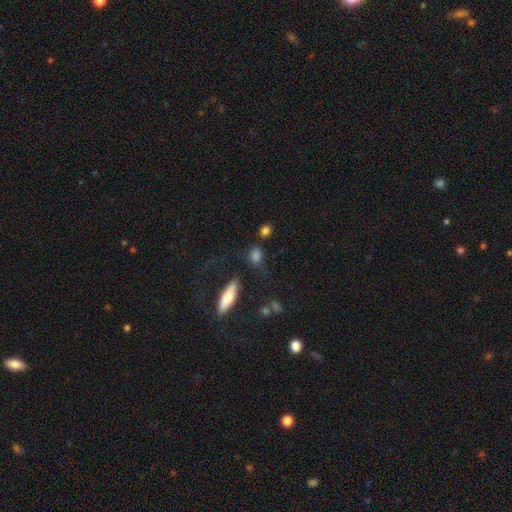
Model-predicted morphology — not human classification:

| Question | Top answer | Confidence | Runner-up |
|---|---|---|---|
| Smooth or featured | smooth | 81% | star or artifact (11%) |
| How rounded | in between | 50% | round (43%) |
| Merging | none | 62% | minor disturbance (20%) |